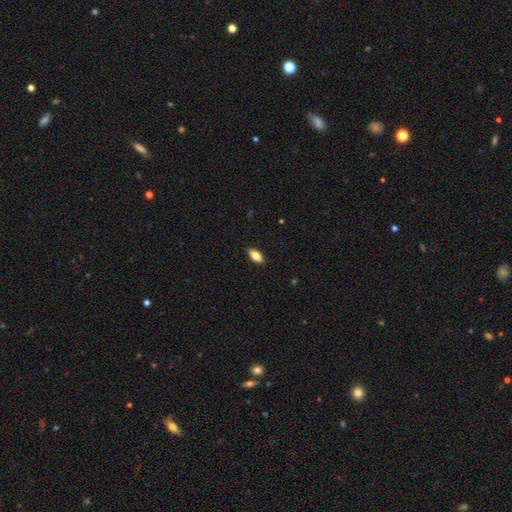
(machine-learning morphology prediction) This is likely a smooth galaxy (74%). How rounded: clearly in between (84%). Merging: clearly none (90%).